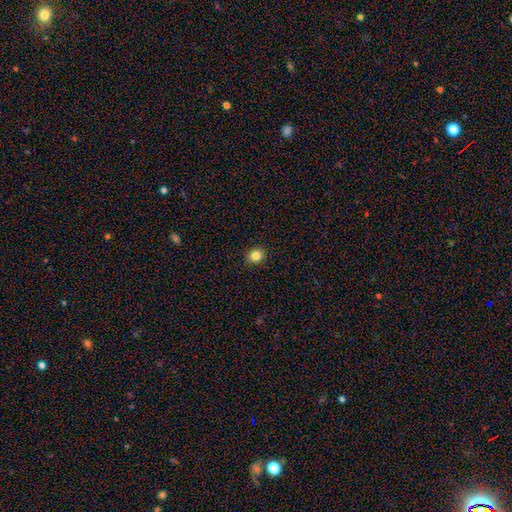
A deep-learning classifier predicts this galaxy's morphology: smooth 83%, star or artifact 12%, featured or disk 5%. Down the decision tree: how rounded — round (83%); merging — none (91%).